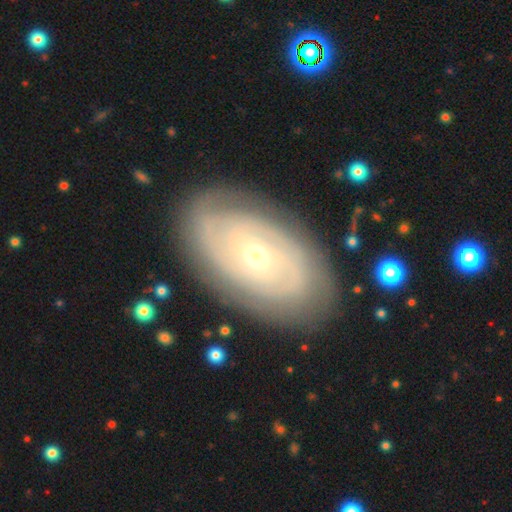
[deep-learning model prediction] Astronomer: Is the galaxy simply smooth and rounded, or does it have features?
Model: featured or disk — 79%.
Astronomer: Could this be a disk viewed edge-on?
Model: no — 95%.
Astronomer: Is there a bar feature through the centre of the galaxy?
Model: no — 79%.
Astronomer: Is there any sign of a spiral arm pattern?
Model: yes — 86%.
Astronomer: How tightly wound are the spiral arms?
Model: tight — 79%.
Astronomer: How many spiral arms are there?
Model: can't tell — 45% (runner-up: 2, 25%).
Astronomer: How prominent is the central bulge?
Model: small — 70%.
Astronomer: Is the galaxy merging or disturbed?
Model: none — 83%.